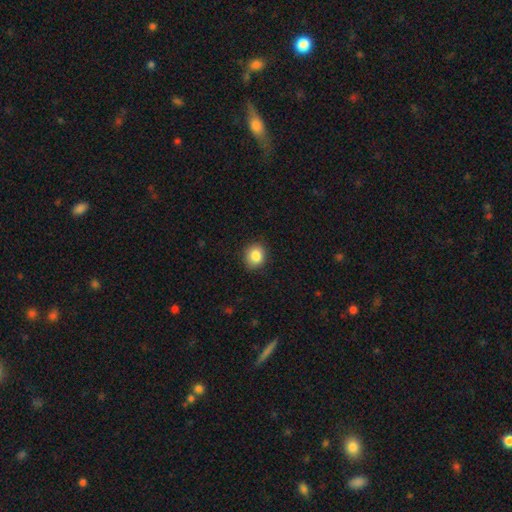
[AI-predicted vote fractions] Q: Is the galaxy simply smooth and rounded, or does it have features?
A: smooth — 86%.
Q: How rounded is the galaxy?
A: round — 72%.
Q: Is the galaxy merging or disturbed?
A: none — 86%.